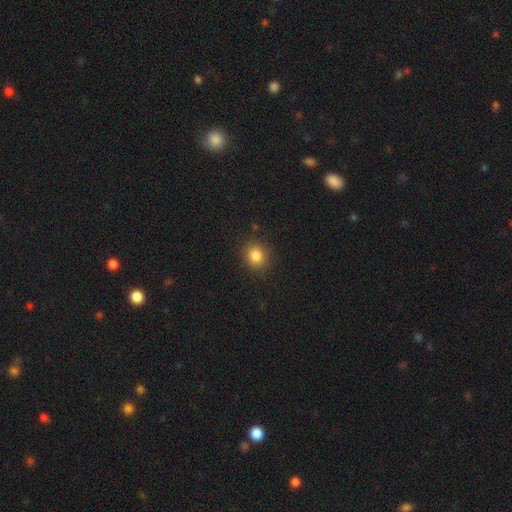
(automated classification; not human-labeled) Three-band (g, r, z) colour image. It shows a smooth galaxy with no disk features (84%) that is round (76%). Merging: none (88%).